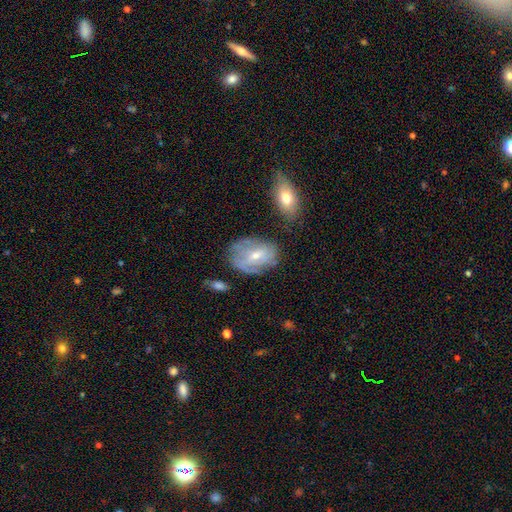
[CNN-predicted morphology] This is likely a featured or disk galaxy (62%). It is clearly not viewed edge-on (95%). Bar: possibly no (52%). Spiral arm pattern: likely yes (68%). Central bulge: possibly small (58%). Merging: possibly none (57%).